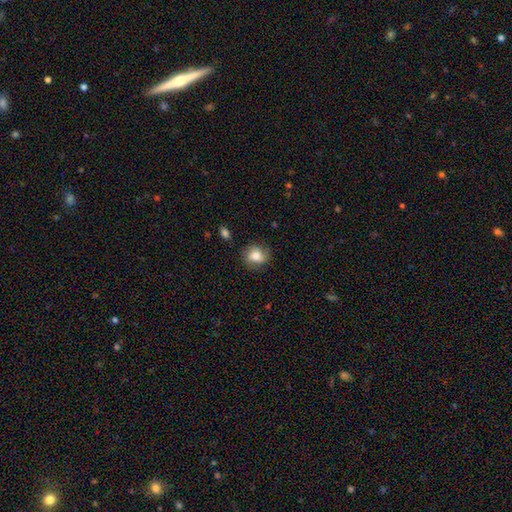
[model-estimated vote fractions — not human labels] Q: Smooth or featured?
A: smooth (73%); runner-up: featured or disk (18%)
Q: How rounded?
A: round (69%); runner-up: in between (30%)
Q: Merging?
A: none (75%); runner-up: minor disturbance (18%)